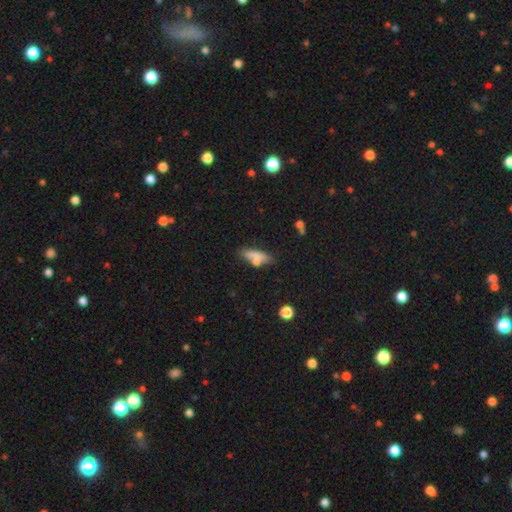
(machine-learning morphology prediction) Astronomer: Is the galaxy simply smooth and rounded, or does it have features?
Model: smooth — 72%.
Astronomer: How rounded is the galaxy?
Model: cigar-shaped — 51% (runner-up: in between, 44%).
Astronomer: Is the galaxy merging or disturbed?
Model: none — 61%.